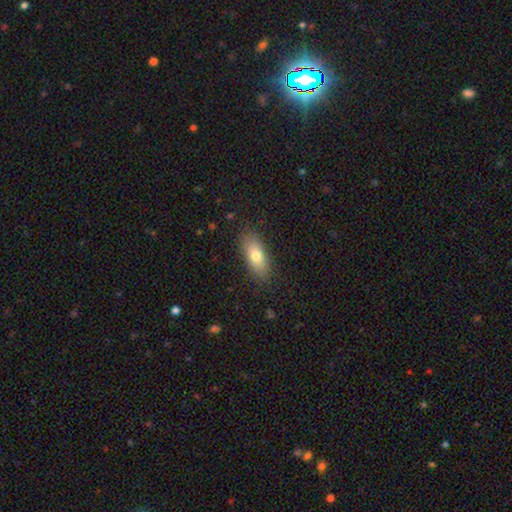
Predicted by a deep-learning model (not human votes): Overall: smooth (74%). How rounded: in between (79%). Merging: none (85%).